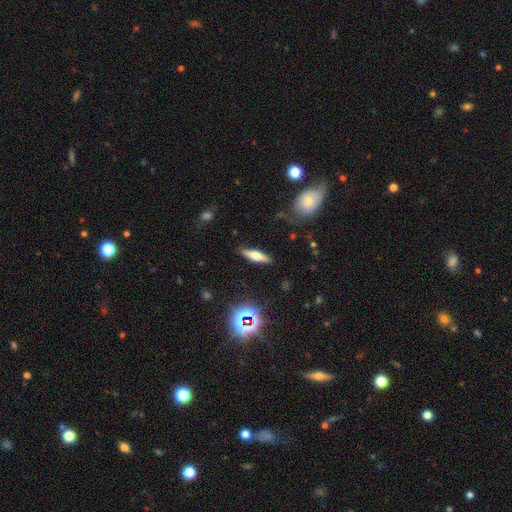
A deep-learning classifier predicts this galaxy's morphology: smooth 49%, featured or disk 41%, star or artifact 10%. Down the decision tree: merging — none (86%).